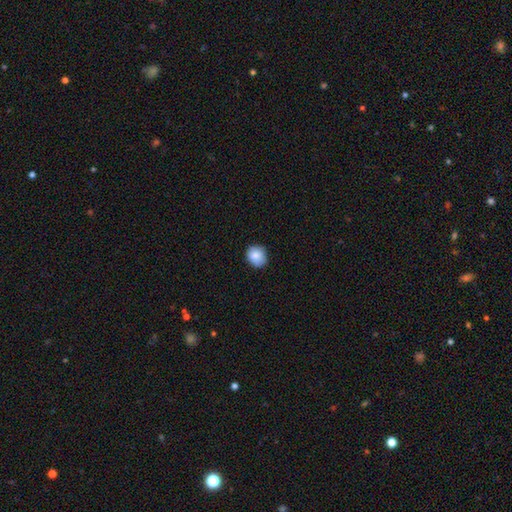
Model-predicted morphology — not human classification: This is clearly a smooth galaxy (85%). How rounded: likely round (71%). Merging: likely none (79%).